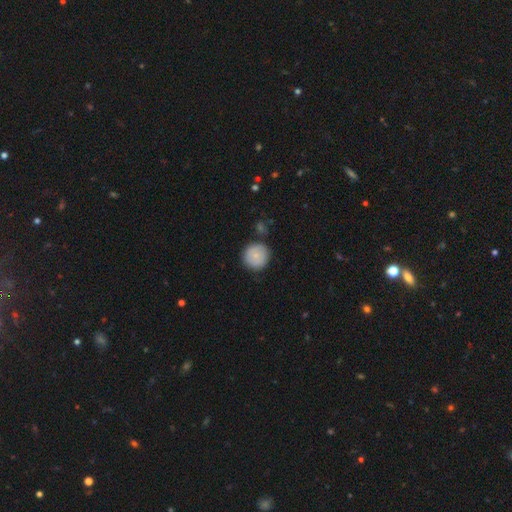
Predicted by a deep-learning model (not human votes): Overall: smooth (75%). How rounded: round (93%). Merging: none (81%).